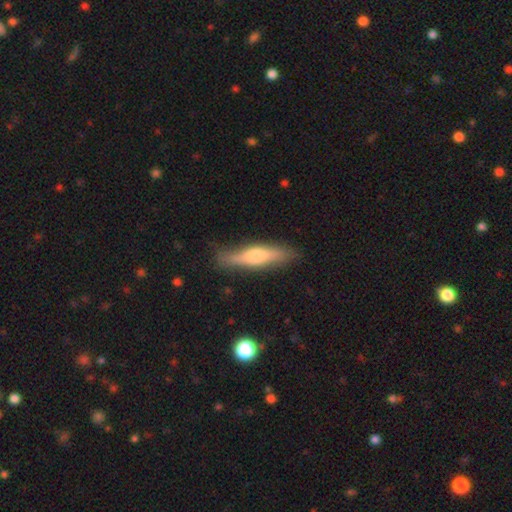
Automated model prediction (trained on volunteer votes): Q: Smooth or featured?
A: featured or disk (50%); runner-up: smooth (44%)
Q: Edge-on disk?
A: yes (89%); runner-up: no (11%)
Q: Merging?
A: none (81%); runner-up: minor disturbance (15%)